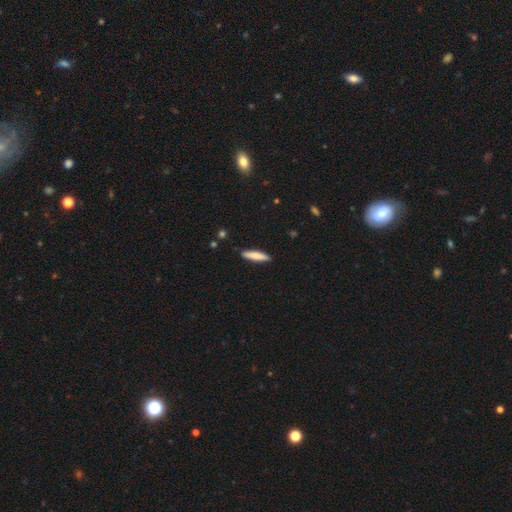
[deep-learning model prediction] smooth-or-featured: smooth: 76% | featured or disk: 18% | star or artifact: 6%
  how-rounded: cigar-shaped: 81% | in between: 17% | round: 1%
  merging: none: 90% | minor disturbance: 8% | major disturbance: 1% | merger: 1%